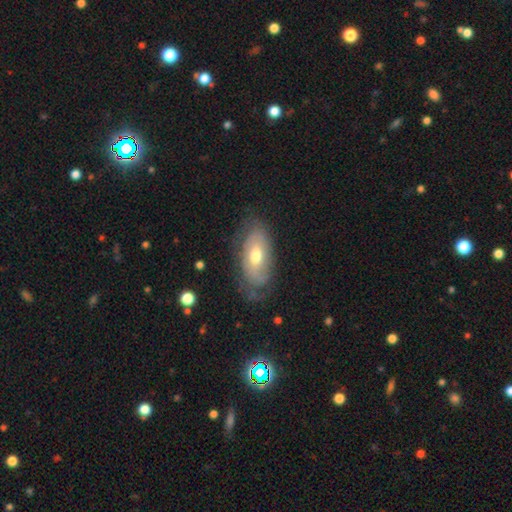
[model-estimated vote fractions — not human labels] Smooth or featured? Predicted: featured or disk (p=0.50). Edge-on disk? Predicted: no (p=0.85). Merging? Predicted: none (p=0.65).